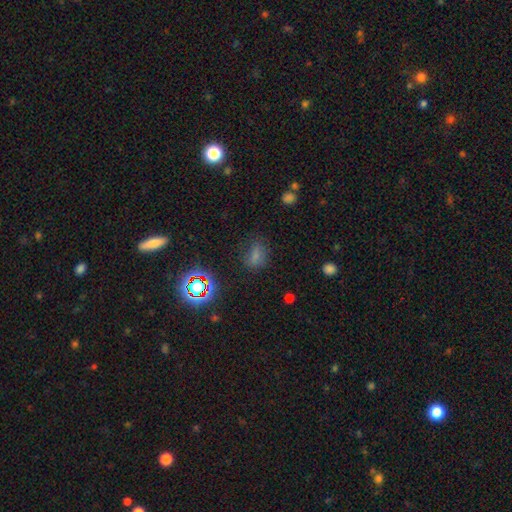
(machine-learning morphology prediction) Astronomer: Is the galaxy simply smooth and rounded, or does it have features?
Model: smooth — 63%.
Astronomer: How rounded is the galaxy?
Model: in between — 67%.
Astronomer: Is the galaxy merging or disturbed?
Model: none — 64%.